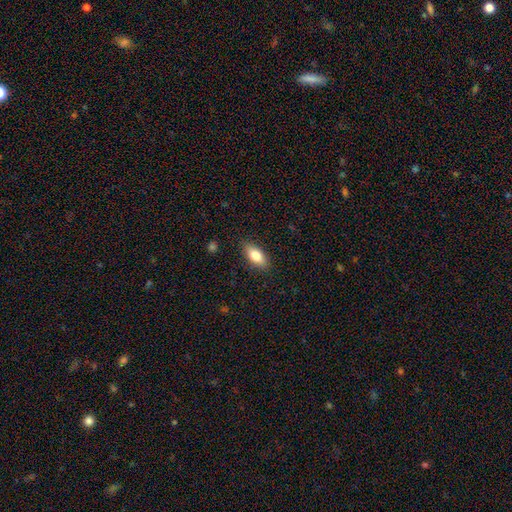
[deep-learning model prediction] The model was most divided on "smooth or featured": smooth: 79%, featured or disk: 14%, star or artifact: 7%. More confident: merging — none (87%); how rounded — in between (85%).